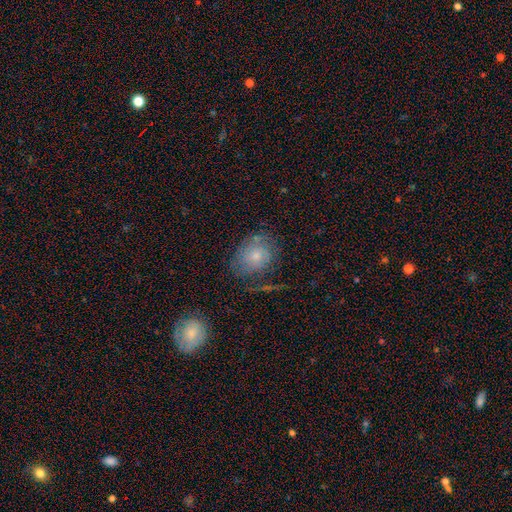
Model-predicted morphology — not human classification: smooth_or_featured: smooth (p=0.54) [alt: featured or disk p=0.35]
how_rounded: in between (p=0.50) [alt: round p=0.49]
merging: none (p=0.61) [alt: minor disturbance p=0.22]